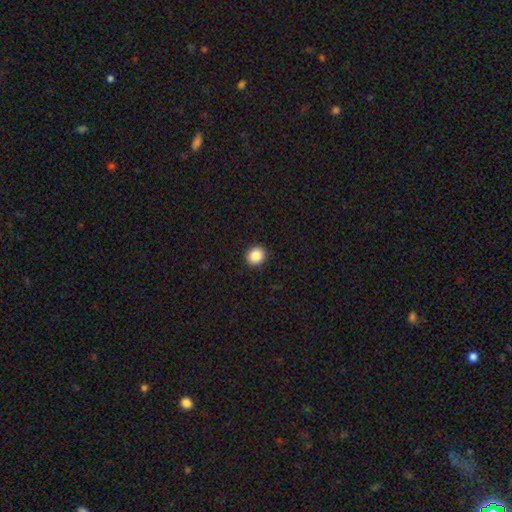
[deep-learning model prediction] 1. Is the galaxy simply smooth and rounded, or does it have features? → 87% smooth, 9% star or artifact, 4% featured or disk.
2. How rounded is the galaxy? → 83% round, 16% in between, 1% cigar-shaped.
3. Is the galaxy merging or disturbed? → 93% none, 5% minor disturbance, 2% major disturbance, 1% merger.